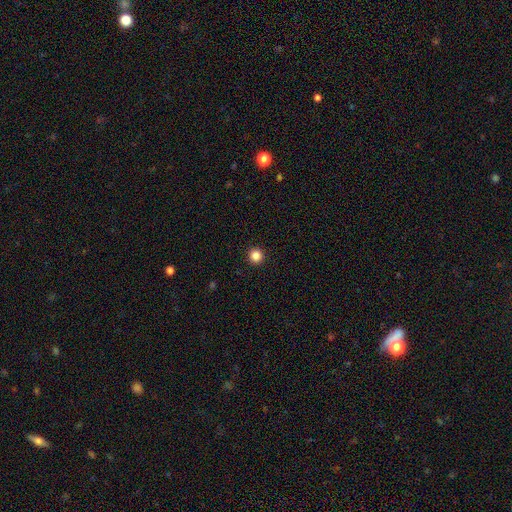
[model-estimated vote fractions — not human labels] Smooth or featured?
  - smooth: 85% *
  - star or artifact: 11%
  - featured or disk: 3%
How rounded?
  - round: 96% *
  - in between: 4%
  - cigar-shaped: 1%
Merging?
  - none: 94% *
  - minor disturbance: 4%
  - major disturbance: 1%
  - merger: 1%